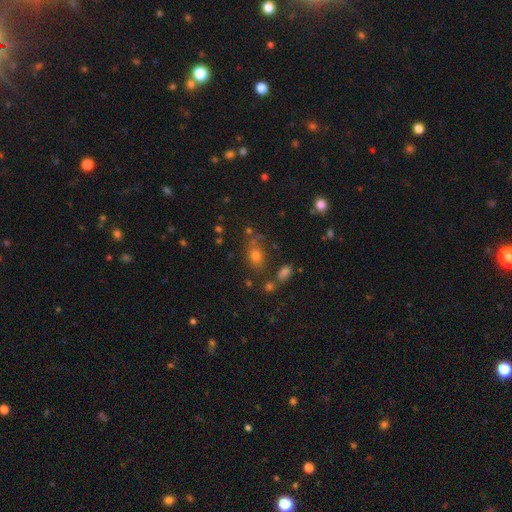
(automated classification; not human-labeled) Overall: smooth (69%). How rounded: in between (65%; round 32%). Merging: none (67%).